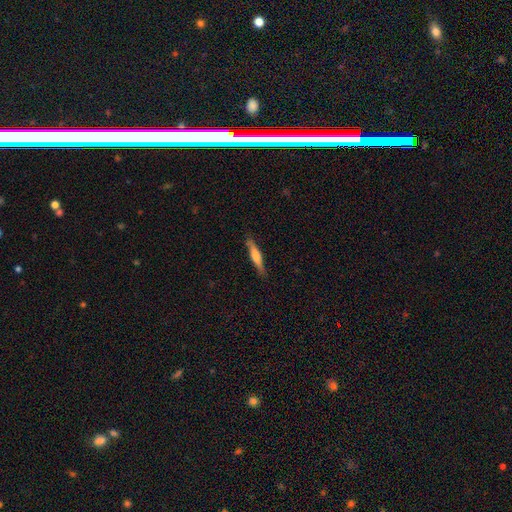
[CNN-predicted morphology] Overall: smooth (50%; featured or disk 44%). How rounded: cigar-shaped (88%). Merging: none (84%).